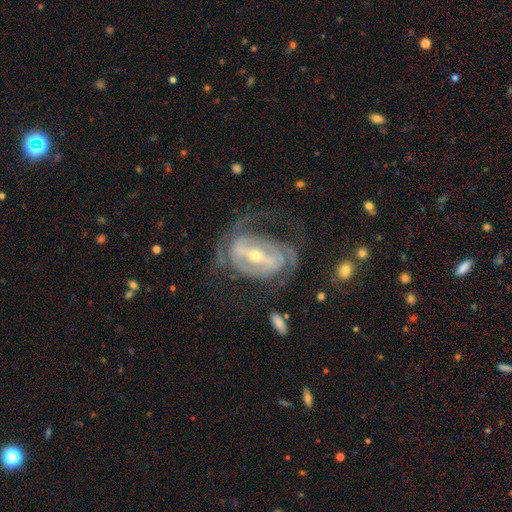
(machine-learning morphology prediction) Q: Smooth or featured?
A: featured or disk (89%); runner-up: smooth (6%)
Q: Edge-on disk?
A: no (95%); runner-up: yes (5%)
Q: Bar?
A: strong (65%); runner-up: weak (26%)
Q: Spiral arms?
A: yes (91%); runner-up: no (9%)
Q: Spiral winding?
A: medium (42%); runner-up: tight (40%)
Q: Spiral arm count?
A: 2 (55%); runner-up: can't tell (20%)
Q: Bulge size?
A: small (59%); runner-up: moderate (37%)
Q: Merging?
A: none (52%); runner-up: major disturbance (28%)